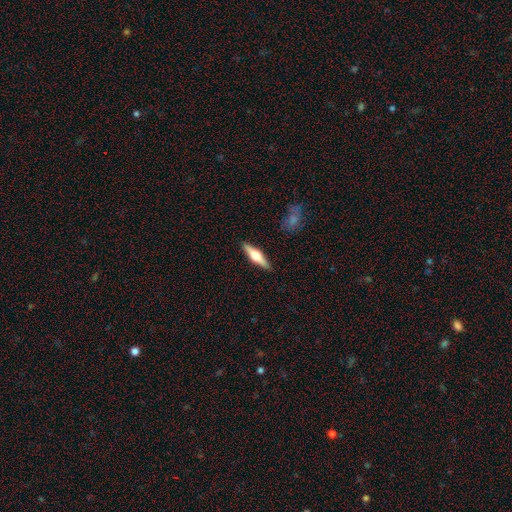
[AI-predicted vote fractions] smooth-or-featured: featured or disk: 54% | smooth: 40% | star or artifact: 6%
  disk-edge-on: yes: 95% | no: 5%
    edge-on-bulge: rounded: 93% | boxy: 4% | none: 2%
  merging: none: 89% | minor disturbance: 7% | major disturbance: 2% | merger: 1%